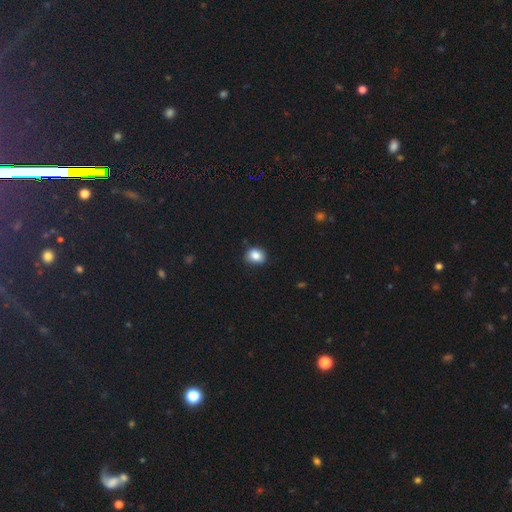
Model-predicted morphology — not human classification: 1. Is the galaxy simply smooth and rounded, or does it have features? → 85% smooth, 9% star or artifact, 5% featured or disk.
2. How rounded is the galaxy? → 53% round, 46% in between, 1% cigar-shaped.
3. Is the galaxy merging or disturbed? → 81% none, 15% minor disturbance, 3% major disturbance, 1% merger.